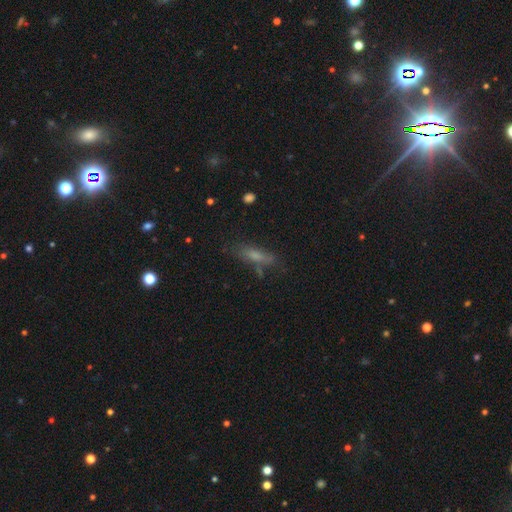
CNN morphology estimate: Overall: smooth (68%). How rounded: cigar-shaped (58%; in between 39%). Merging: none (62%).